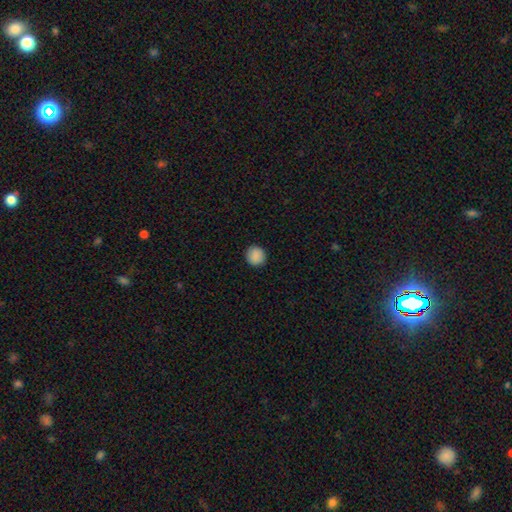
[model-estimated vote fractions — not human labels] This is clearly a smooth galaxy (90%). How rounded: clearly round (92%). Merging: clearly none (92%).